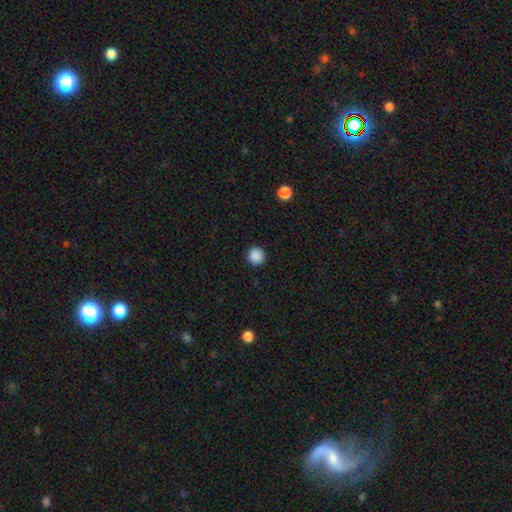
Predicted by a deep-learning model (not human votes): Smooth or featured: smooth — 88% (star or artifact — 10%)
How rounded: round — 96% (in between — 4%)
Merging: none — 92% (minor disturbance — 5%)